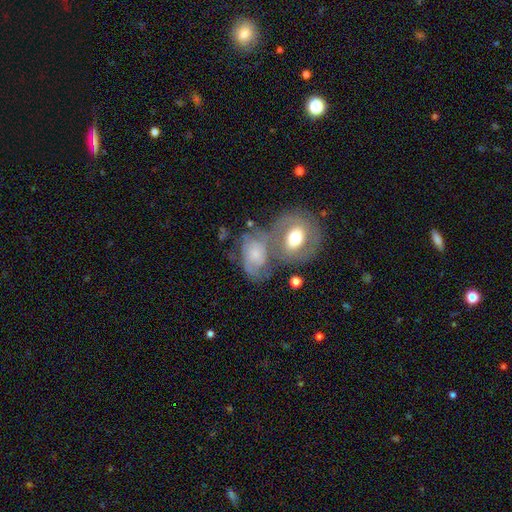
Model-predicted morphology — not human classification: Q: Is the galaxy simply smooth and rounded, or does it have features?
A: featured or disk — 60%.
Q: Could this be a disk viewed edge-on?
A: no — 95%.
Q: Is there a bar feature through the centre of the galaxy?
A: no — 71%.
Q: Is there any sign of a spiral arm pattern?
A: yes — 71%.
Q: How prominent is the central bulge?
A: moderate — 48%.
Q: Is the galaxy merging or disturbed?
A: merger — 47%.